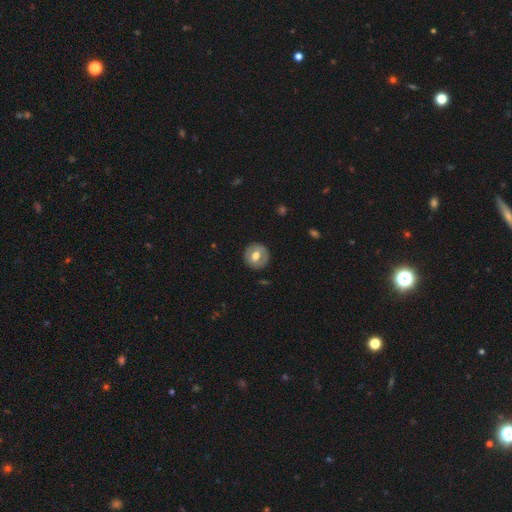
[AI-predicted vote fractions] smooth-or-featured: smooth: 58% | featured or disk: 35% | star or artifact: 7%
  how-rounded: round: 91% | in between: 8% | cigar-shaped: 1%
  merging: none: 88% | minor disturbance: 8% | major disturbance: 2% | merger: 1%